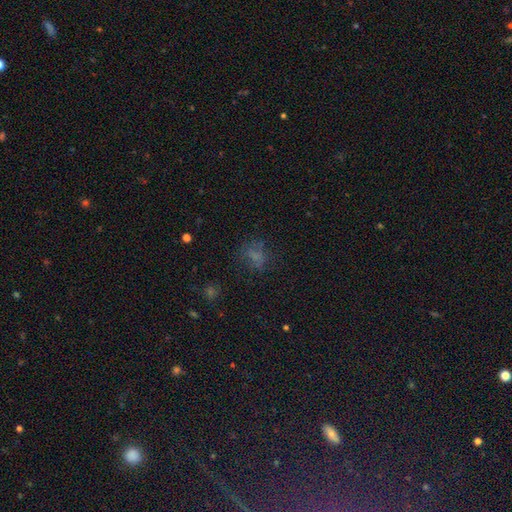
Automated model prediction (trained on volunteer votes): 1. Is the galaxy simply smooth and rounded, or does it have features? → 54% smooth, 28% star or artifact, 18% featured or disk.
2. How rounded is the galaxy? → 50% in between, 46% round, 4% cigar-shaped.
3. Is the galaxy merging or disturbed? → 62% none, 19% minor disturbance, 16% major disturbance, 3% merger.